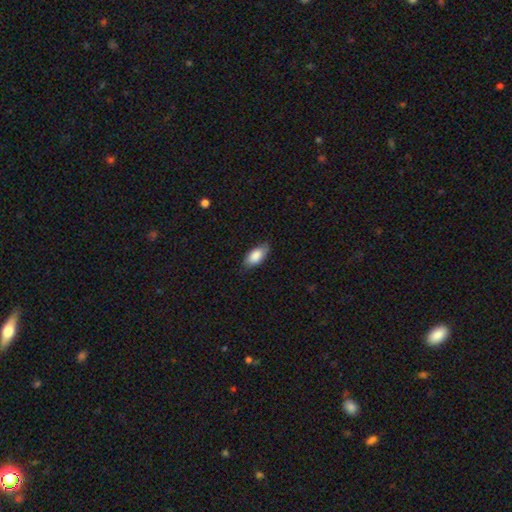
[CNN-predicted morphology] Smooth or featured? smooth (84%)
How rounded? in between (91%)
Merging? none (77%)